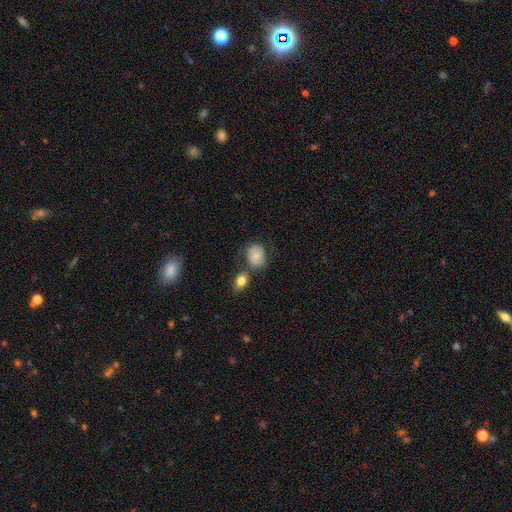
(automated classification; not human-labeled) Morphology: type=smooth (73%); roundness=round (50%); merging=none (48%).